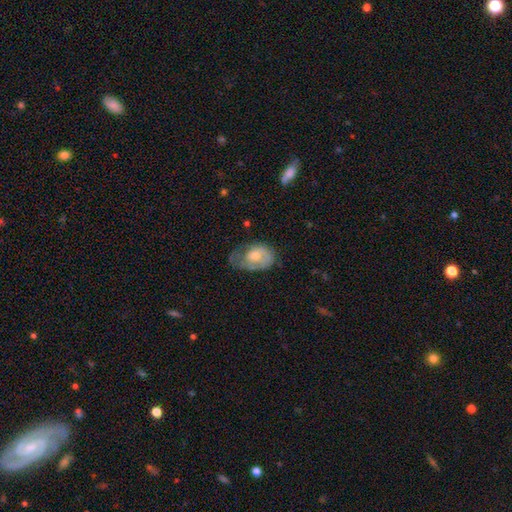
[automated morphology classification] Overall: smooth (47%; featured or disk 45%). Merging: minor disturbance (36%; none 34%).